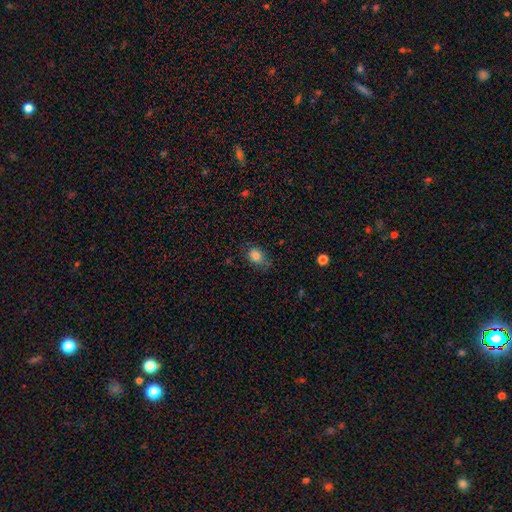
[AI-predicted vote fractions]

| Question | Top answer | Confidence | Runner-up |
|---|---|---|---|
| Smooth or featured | smooth | 82% | star or artifact (10%) |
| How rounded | in between | 66% | round (32%) |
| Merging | none | 66% | minor disturbance (24%) |